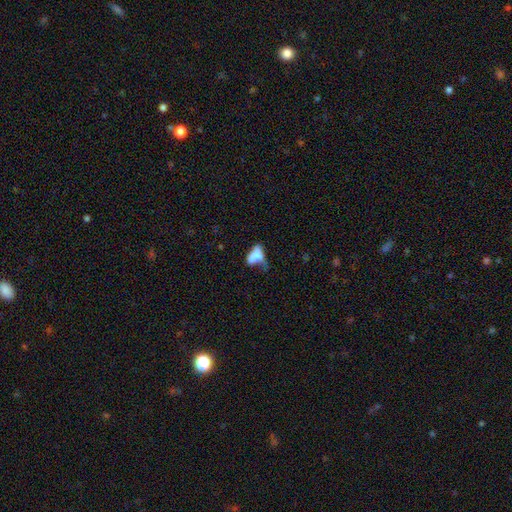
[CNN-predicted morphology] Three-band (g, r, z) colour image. It shows a smooth galaxy with no disk features (62%) that is in between round and cigar-shaped (81%). Merging: major disturbance (31%).